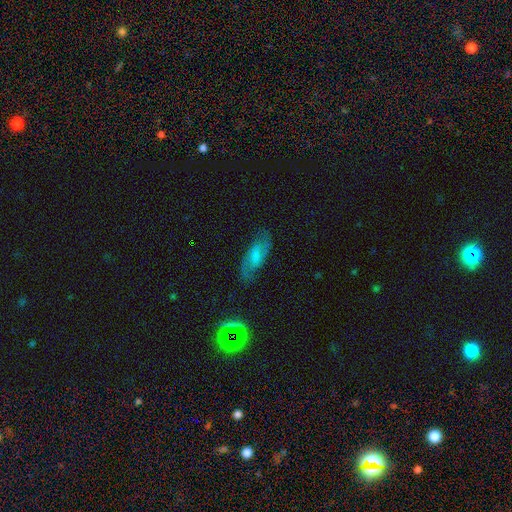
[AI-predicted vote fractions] A featured or disk galaxy (65%) with a weak bar (50%), 2 (83%) medium (48%) spiral arms (89%) and a small central bulge (44%).

Vote fractions:
- Smooth or featured? featured or disk: 65% / smooth: 25% / star or artifact: 10%
- Edge-on disk? no: 90% / yes: 10%
- Bar? weak: 50% / no: 34% / strong: 16%
- Spiral arms? yes: 89% / no: 11%
- Spiral winding? medium: 48% / loose: 27% / tight: 25%
- Spiral arm count? 2: 83% / can't tell: 11% / 1: 2% / 3: 2% / 4: 1% / more than 4: 1%
- Bulge size? small: 44% / moderate: 40% / none: 11% / large: 4% / dominant: 1%
- Merging? none: 77% / minor disturbance: 16% / major disturbance: 5% / merger: 2%